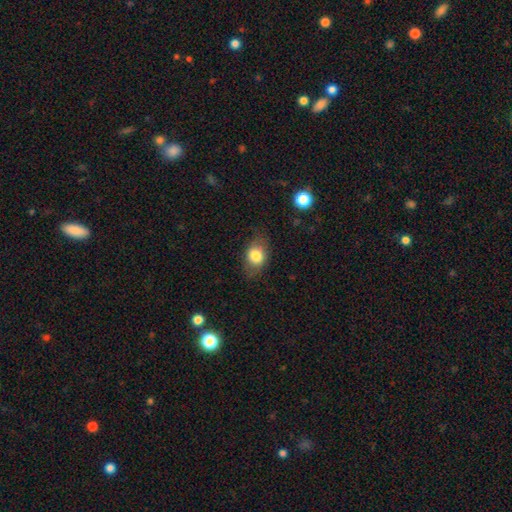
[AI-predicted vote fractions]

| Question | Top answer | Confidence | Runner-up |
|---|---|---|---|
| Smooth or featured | smooth | 78% | featured or disk (14%) |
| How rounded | in between | 74% | round (24%) |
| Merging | none | 76% | minor disturbance (17%) |